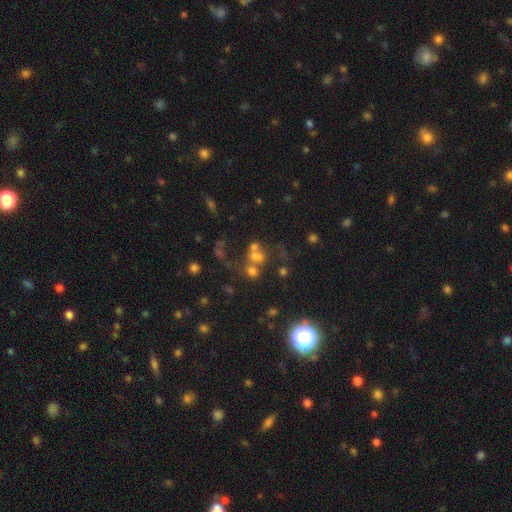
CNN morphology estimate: The model was most divided on "merging": merger: 46%, none: 34%, major disturbance: 11%, minor disturbance: 10%. More confident: how rounded — round (59%); smooth or featured — smooth (54%).